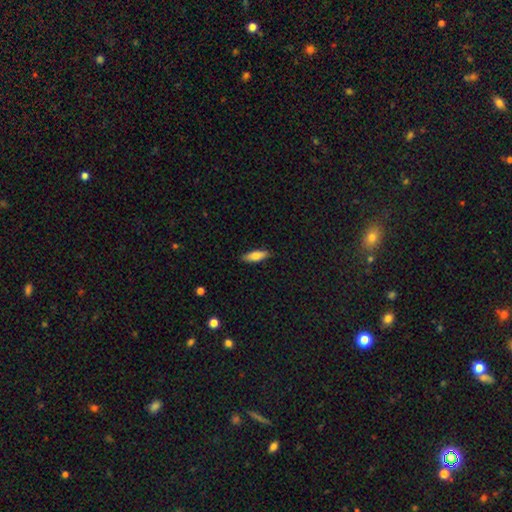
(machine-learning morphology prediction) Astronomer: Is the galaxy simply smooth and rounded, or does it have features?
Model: smooth — 75%.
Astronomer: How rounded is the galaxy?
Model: in between — 54% (runner-up: cigar-shaped, 44%).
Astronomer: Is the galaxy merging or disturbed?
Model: none — 87%.